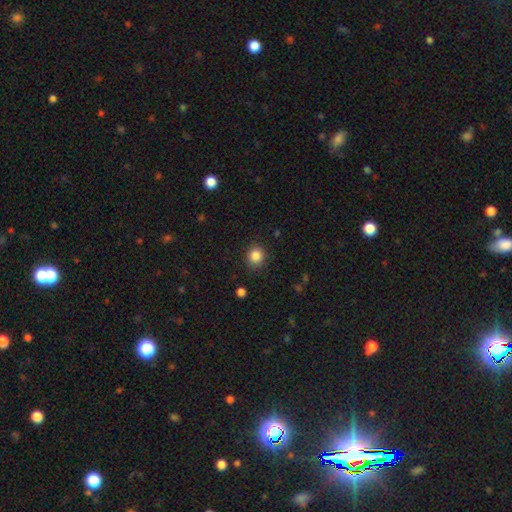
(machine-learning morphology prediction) Smooth or featured? smooth (86%)
How rounded? round (84%)
Merging? none (87%)